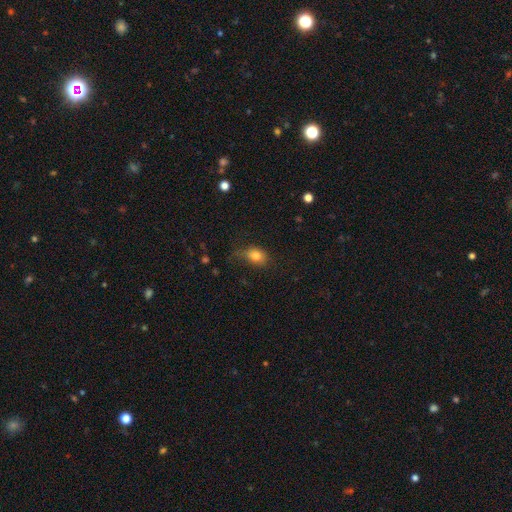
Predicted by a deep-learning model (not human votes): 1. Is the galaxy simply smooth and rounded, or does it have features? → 80% smooth, 11% star or artifact, 9% featured or disk.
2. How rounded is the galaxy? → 65% in between, 33% round, 2% cigar-shaped.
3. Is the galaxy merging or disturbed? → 54% none, 29% minor disturbance, 15% major disturbance, 2% merger.